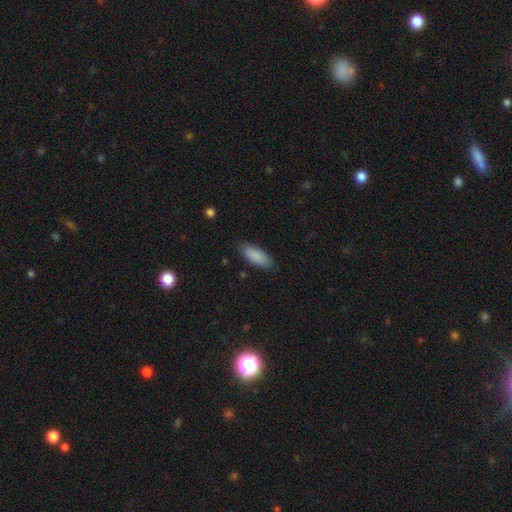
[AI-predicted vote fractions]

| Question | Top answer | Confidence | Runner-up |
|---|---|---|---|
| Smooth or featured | smooth | 89% | star or artifact (6%) |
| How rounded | in between | 80% | cigar-shaped (19%) |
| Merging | none | 84% | minor disturbance (13%) |